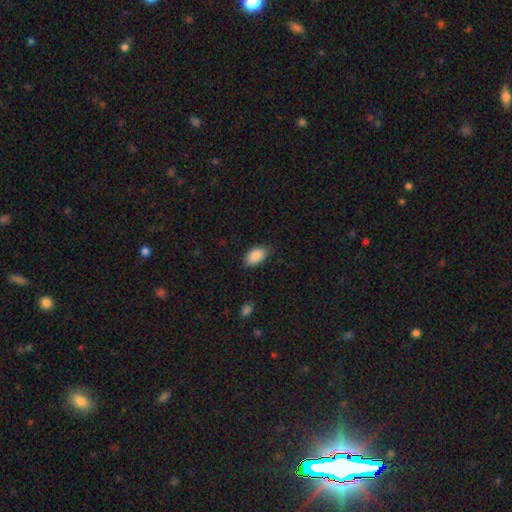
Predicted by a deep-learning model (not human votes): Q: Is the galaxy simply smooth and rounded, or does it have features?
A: smooth — 90%.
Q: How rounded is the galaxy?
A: in between — 92%.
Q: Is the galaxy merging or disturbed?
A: none — 79%.